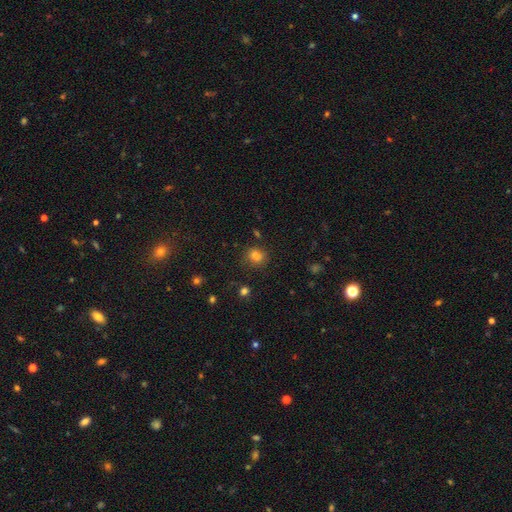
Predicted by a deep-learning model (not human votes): Smooth or featured: smooth — 80% (star or artifact — 14%)
How rounded: round — 62% (in between — 37%)
Merging: none — 74% (minor disturbance — 16%)